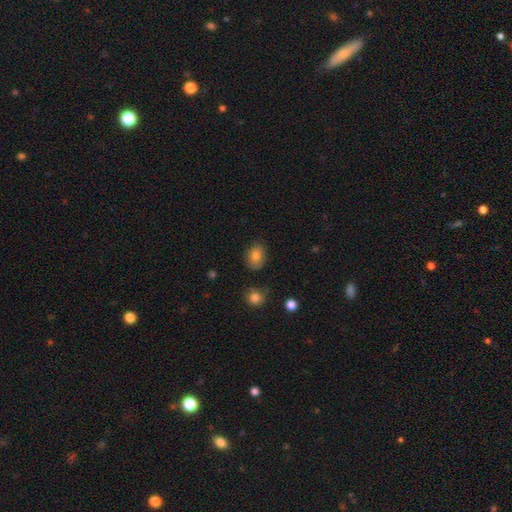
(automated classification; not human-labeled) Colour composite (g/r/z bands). It shows a smooth galaxy with no disk features (81%) that is in between round and cigar-shaped (68%). Merging: none (77%).